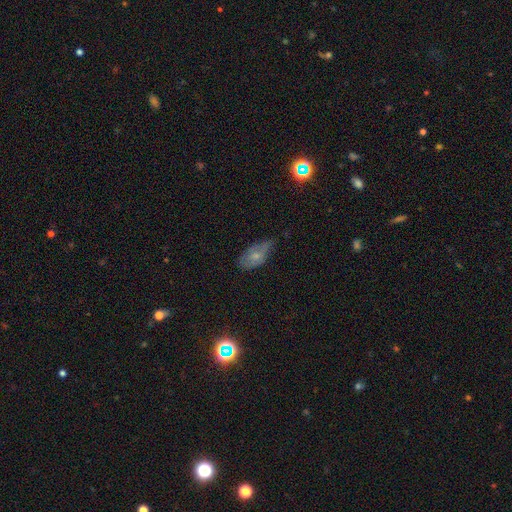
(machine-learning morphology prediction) Smooth or featured?
  - smooth: 62% *
  - featured or disk: 27%
  - star or artifact: 11%
How rounded?
  - in between: 89% *
  - cigar-shaped: 6%
  - round: 5%
Merging?
  - none: 43% *
  - minor disturbance: 41%
  - major disturbance: 13%
  - merger: 2%